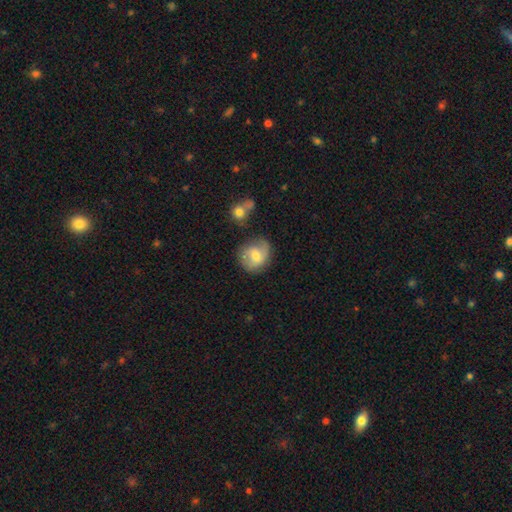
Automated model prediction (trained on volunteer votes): smooth 50%, featured or disk 42%, star or artifact 7%. Down the decision tree: how rounded — round (70%); merging — none (60%).